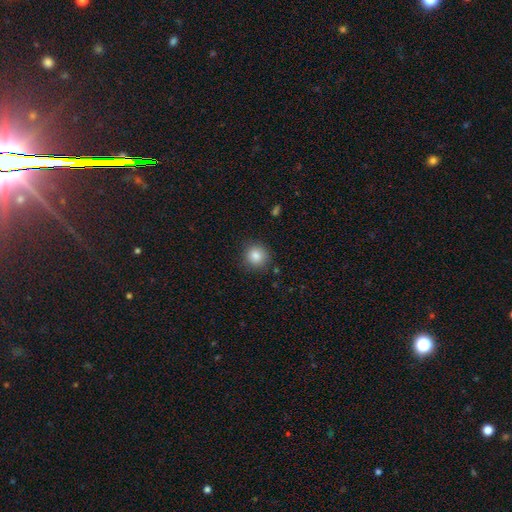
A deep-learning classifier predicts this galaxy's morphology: smooth 84%, star or artifact 10%, featured or disk 5%. Down the decision tree: how rounded — round (92%); merging — none (88%).